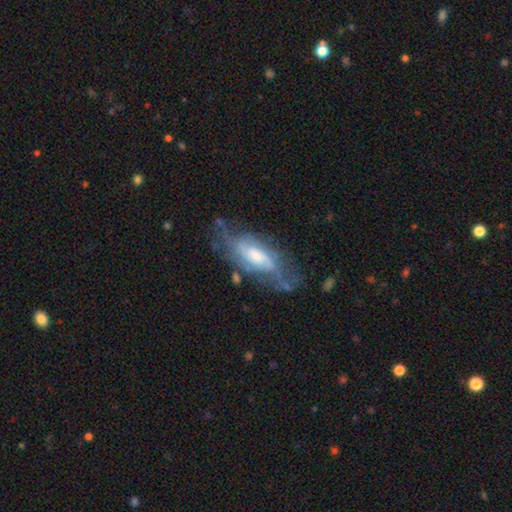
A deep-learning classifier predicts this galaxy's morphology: Smooth or featured: featured or disk — 78% (smooth — 16%)
Edge-on disk: no — 88% (yes — 12%)
Bar: no — 52% (weak — 38%)
Spiral arms: yes — 90% (no — 10%)
Spiral winding: medium — 43% (tight — 40%)
Spiral arm count: 2 — 39% (can't tell — 37%)
Bulge size: moderate — 48% (small — 27%)
Merging: none — 59% (minor disturbance — 23%)